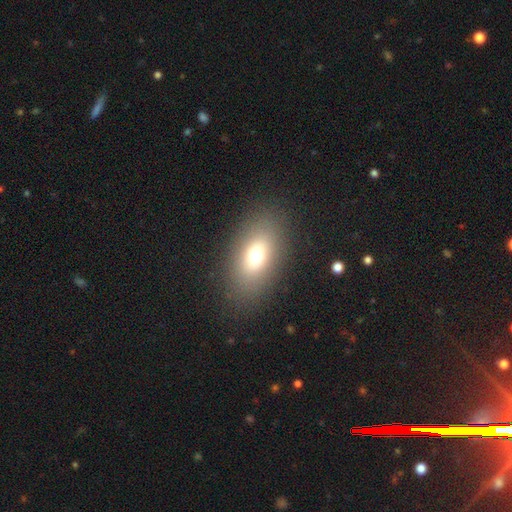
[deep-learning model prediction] Smooth or featured: smooth — 71% (featured or disk — 18%)
How rounded: in between — 86% (round — 8%)
Merging: none — 86% (minor disturbance — 9%)